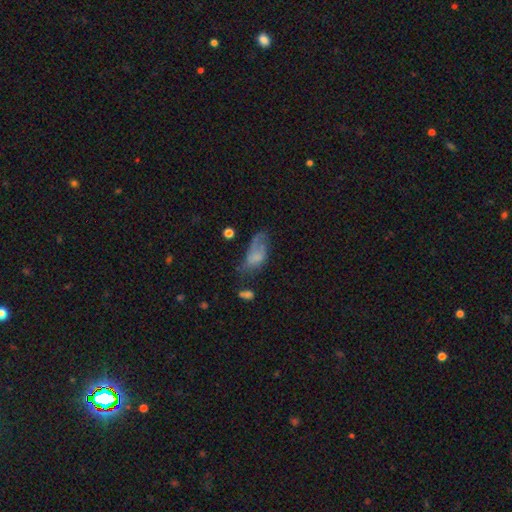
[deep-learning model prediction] Smooth or featured: smooth — 61% (featured or disk — 29%)
How rounded: in between — 88% (cigar-shaped — 7%)
Merging: major disturbance — 36% (minor disturbance — 29%)